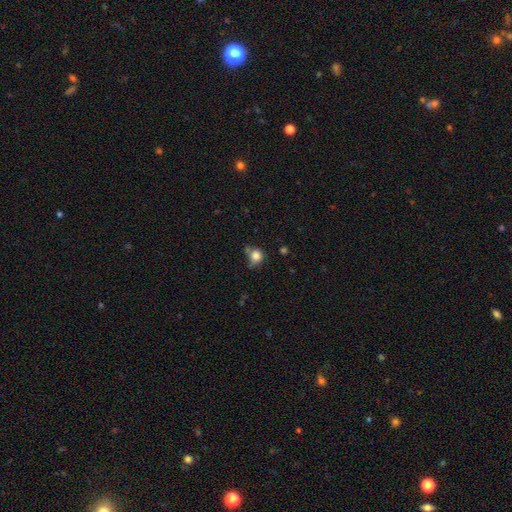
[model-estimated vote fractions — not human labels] Smooth or featured: smooth — 80% (star or artifact — 11%)
How rounded: round — 80% (in between — 19%)
Merging: none — 48% (minor disturbance — 29%)